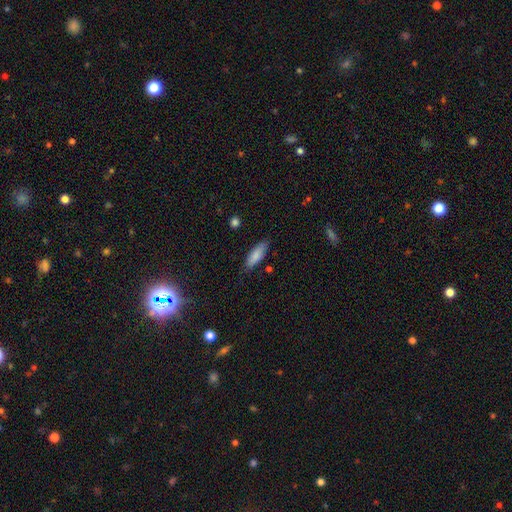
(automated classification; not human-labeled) Overall: smooth (83%). How rounded: in between (55%; cigar-shaped 43%). Merging: none (80%).